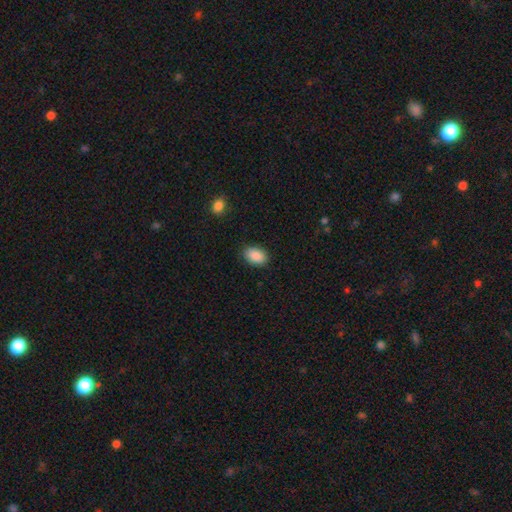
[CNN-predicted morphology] Smooth or featured? smooth (89%)
How rounded? in between (86%)
Merging? none (87%)